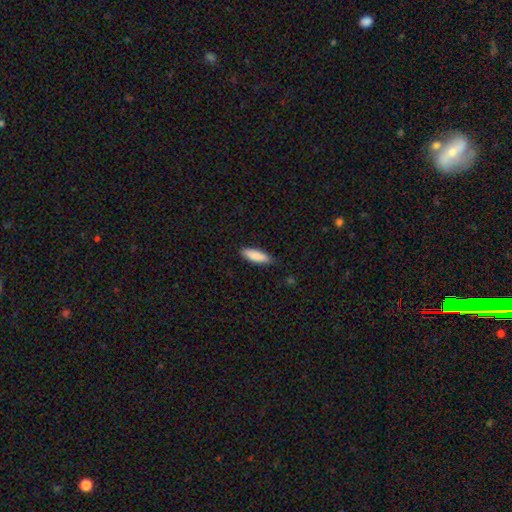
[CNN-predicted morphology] This appears to be a smooth galaxy with no disk features (89%) that is in between round and cigar-shaped (55%). Merging: none (84%).